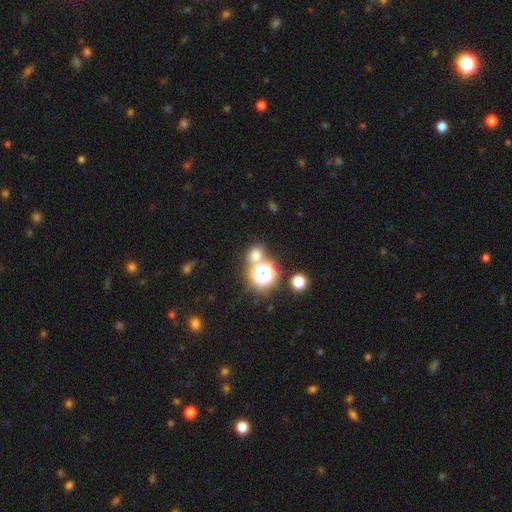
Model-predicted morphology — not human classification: Q: Smooth or featured?
A: smooth (62%); runner-up: star or artifact (31%)
Q: How rounded?
A: round (77%); runner-up: in between (22%)
Q: Merging?
A: none (64%); runner-up: merger (23%)